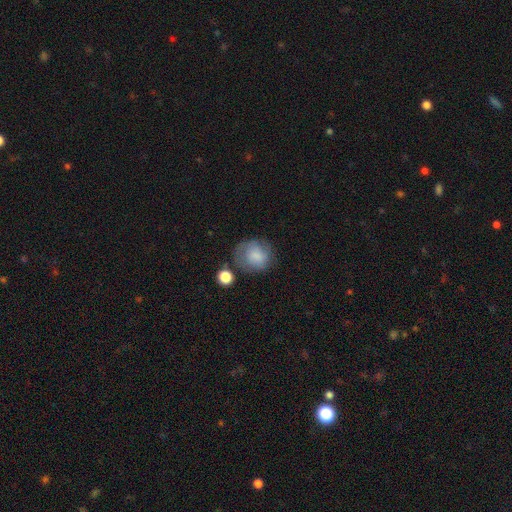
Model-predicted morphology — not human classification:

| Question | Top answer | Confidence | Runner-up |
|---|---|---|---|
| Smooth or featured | smooth | 76% | featured or disk (16%) |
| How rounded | round | 78% | in between (21%) |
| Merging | none | 58% | minor disturbance (24%) |